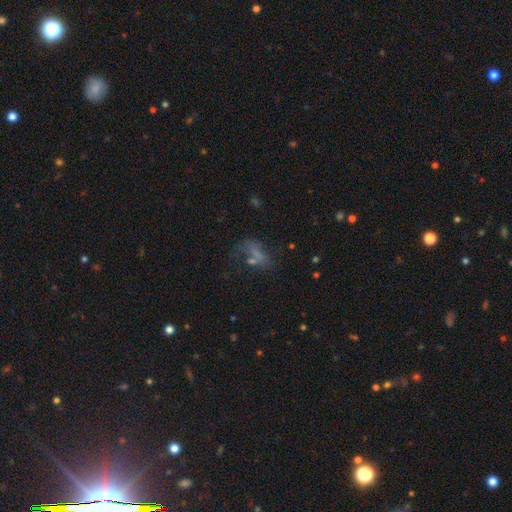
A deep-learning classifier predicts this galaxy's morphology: This is possibly a smooth galaxy (48%). Merging: marginally none (33%).